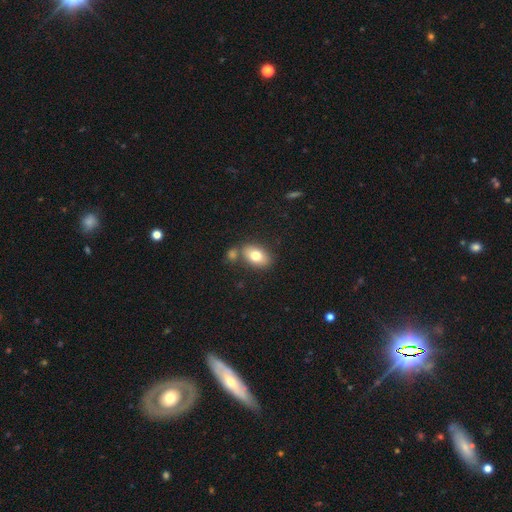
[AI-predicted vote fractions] The model was most divided on "merging": none: 66%, merger: 19%, minor disturbance: 12%, major disturbance: 3%. More confident: how rounded — in between (85%); smooth or featured — smooth (76%).